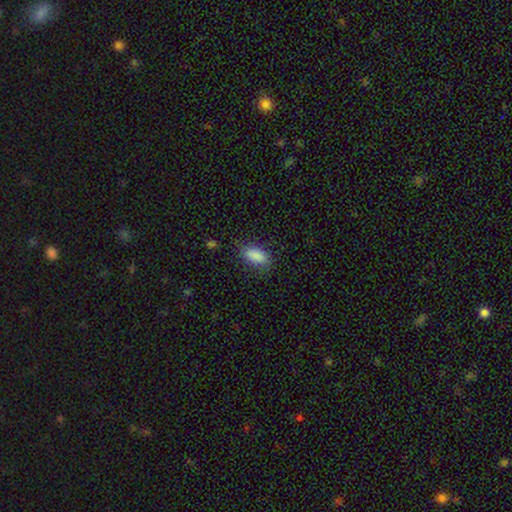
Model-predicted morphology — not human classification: Smooth or featured? smooth (87%)
How rounded? in between (88%)
Merging? none (77%)